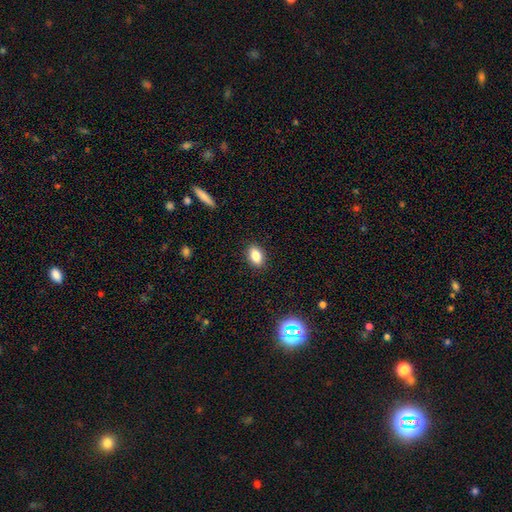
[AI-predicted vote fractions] This appears to be a smooth galaxy with no disk features (83%) that is in between round and cigar-shaped (84%). Merging: none (89%).